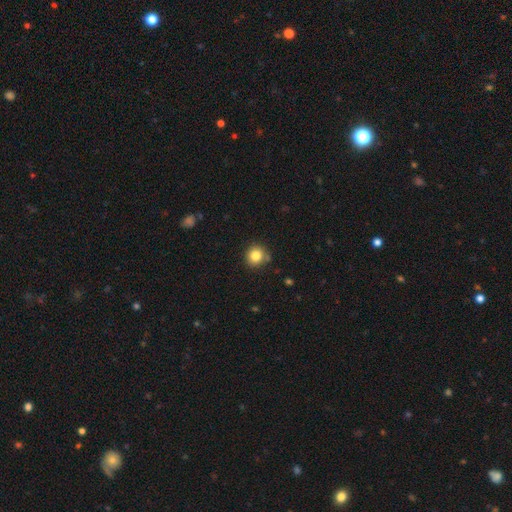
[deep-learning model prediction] A smooth galaxy with no disk features (83%) that is round (91%).

Vote fractions:
- Smooth or featured? smooth: 83% / star or artifact: 11% / featured or disk: 6%
- How rounded? round: 91% / in between: 8% / cigar-shaped: 1%
- Merging? none: 83% / minor disturbance: 11% / merger: 4% / major disturbance: 3%